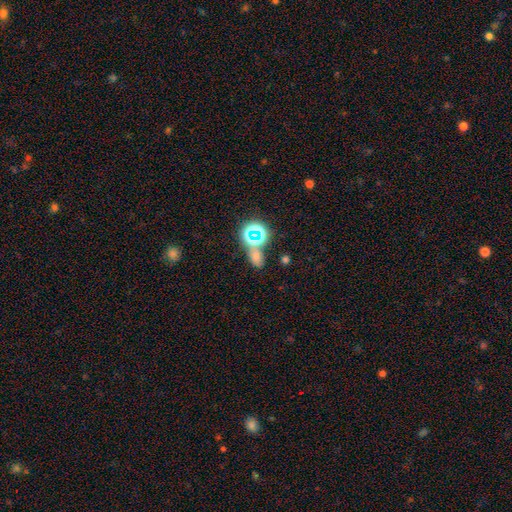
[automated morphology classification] A smooth galaxy with no disk features (51%) that is in between round and cigar-shaped (65%). Merging: none (55%).